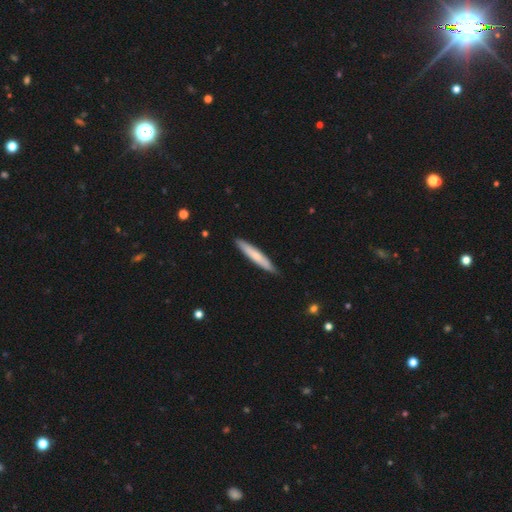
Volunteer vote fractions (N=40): Overall: smooth (75%). How rounded: cigar-shaped (90%). Merging: none (85%).